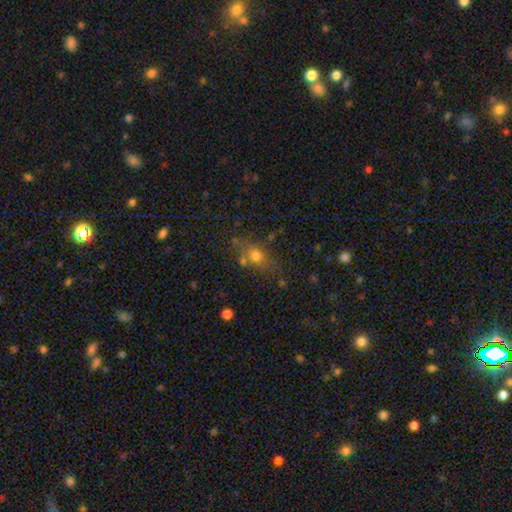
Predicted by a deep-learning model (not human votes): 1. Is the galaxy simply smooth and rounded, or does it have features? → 65% smooth, 19% featured or disk, 16% star or artifact.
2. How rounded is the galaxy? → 50% in between, 44% round, 6% cigar-shaped.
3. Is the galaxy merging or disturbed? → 63% none, 17% minor disturbance, 12% merger, 7% major disturbance.